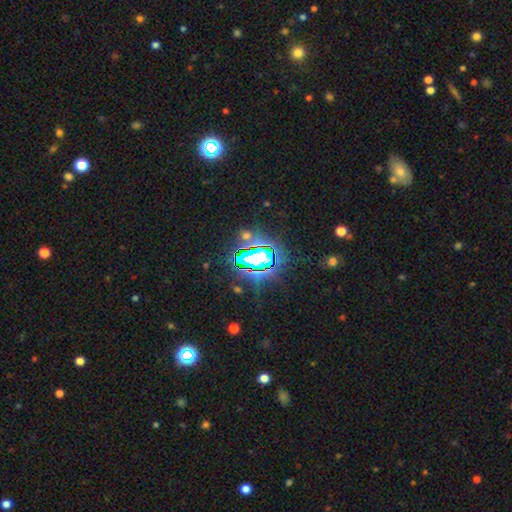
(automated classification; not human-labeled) This is likely a star or artifact rather than a galaxy (76%).